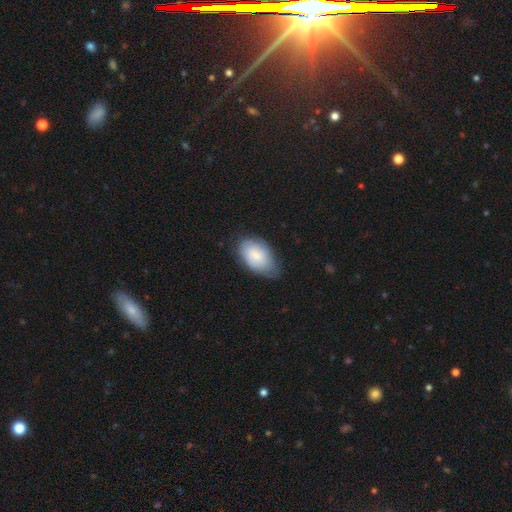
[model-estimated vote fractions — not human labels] smooth-or-featured: smooth: 77% | featured or disk: 17% | star or artifact: 6%
  how-rounded: in between: 93% | round: 5% | cigar-shaped: 1%
  merging: none: 57% | minor disturbance: 34% | major disturbance: 8% | merger: 1%